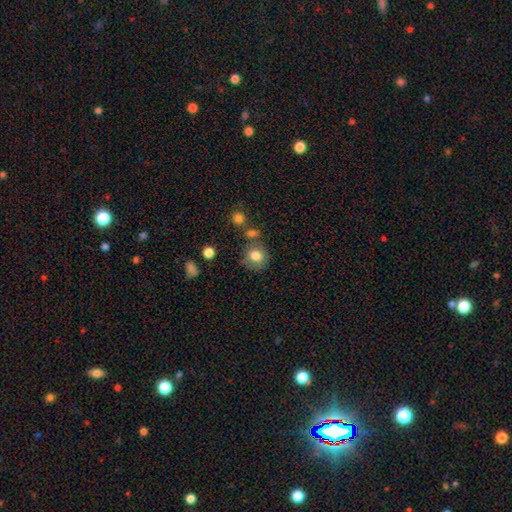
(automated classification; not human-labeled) Smooth or featured: smooth — 80% (featured or disk — 10%)
How rounded: round — 82% (in between — 17%)
Merging: none — 68% (minor disturbance — 16%)